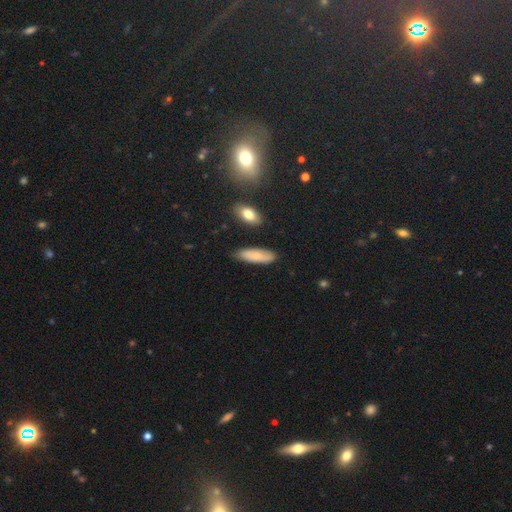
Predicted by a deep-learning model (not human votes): A smooth galaxy with no disk features (76%) that is in between round and cigar-shaped (55%).

Vote fractions:
- Smooth or featured? smooth: 76% / featured or disk: 17% / star or artifact: 7%
- How rounded? in between: 55% / cigar-shaped: 43% / round: 2%
- Merging? none: 75% / minor disturbance: 19% / major disturbance: 3% / merger: 3%